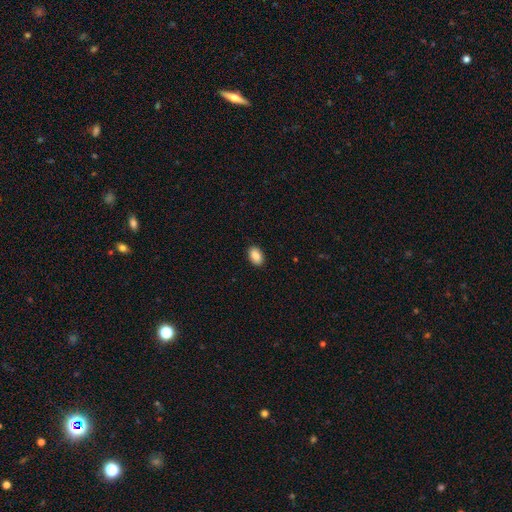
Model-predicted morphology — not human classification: smooth_or_featured: smooth (p=0.86) [alt: star or artifact p=0.07]
how_rounded: in between (p=0.88) [alt: round p=0.11]
merging: none (p=0.90) [alt: minor disturbance p=0.07]